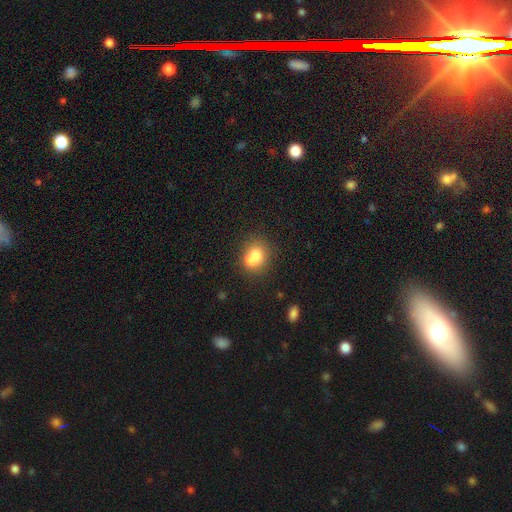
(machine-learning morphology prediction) This appears to be a smooth galaxy with no disk features (68%) that is round (69%). Merging: merger (56%).